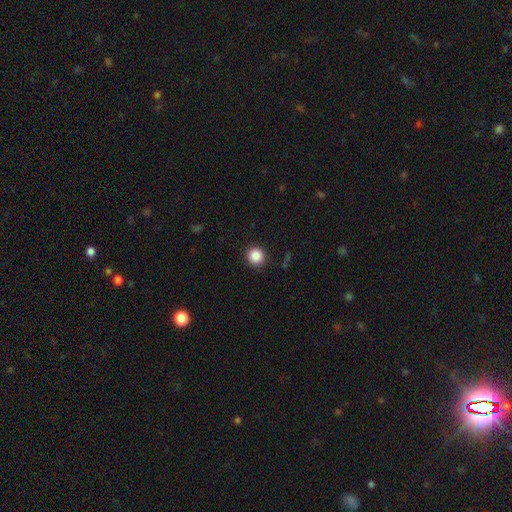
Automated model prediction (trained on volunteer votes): Overall: smooth (88%). How rounded: round (93%). Merging: none (91%).